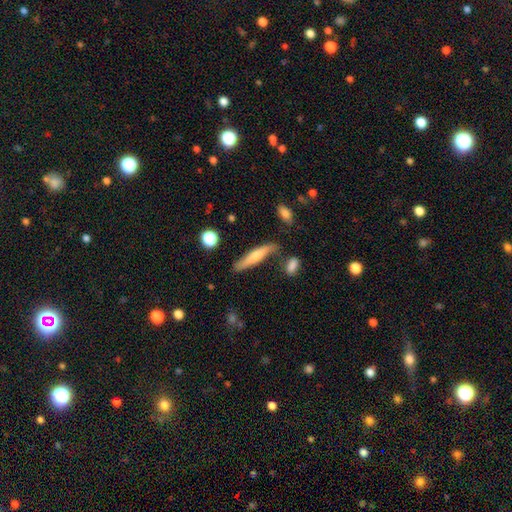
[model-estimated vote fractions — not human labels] Morphology: type=smooth (55%); roundness=cigar-shaped (86%); merging=none (69%).